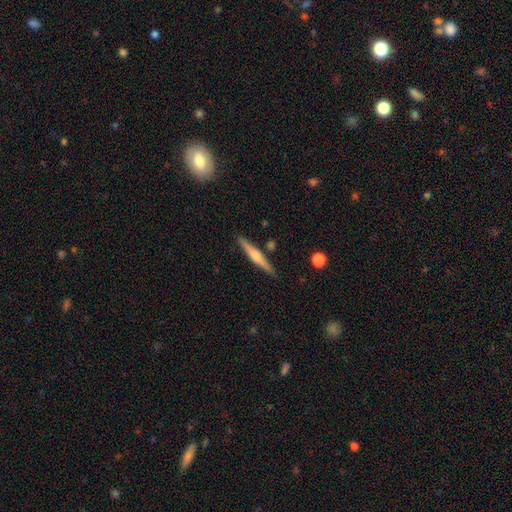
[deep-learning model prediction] This is possibly a featured or disk galaxy (54%). It is clearly viewed edge-on (97%). Edge-on bulge: likely rounded (74%). Merging: clearly none (87%).